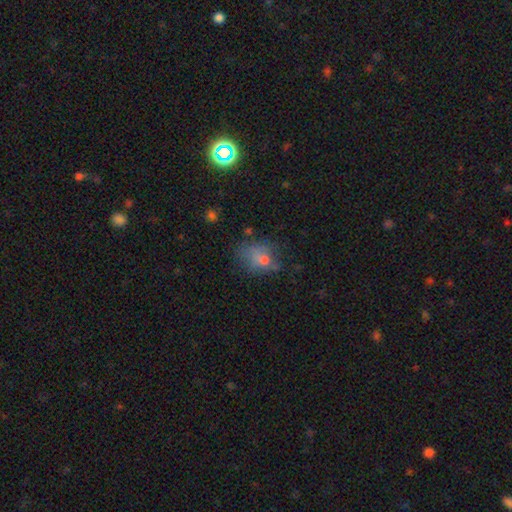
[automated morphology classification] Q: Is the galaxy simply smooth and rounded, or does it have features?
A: smooth — 63%.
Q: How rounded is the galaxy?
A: in between — 57%.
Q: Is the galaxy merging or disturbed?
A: none — 46%.